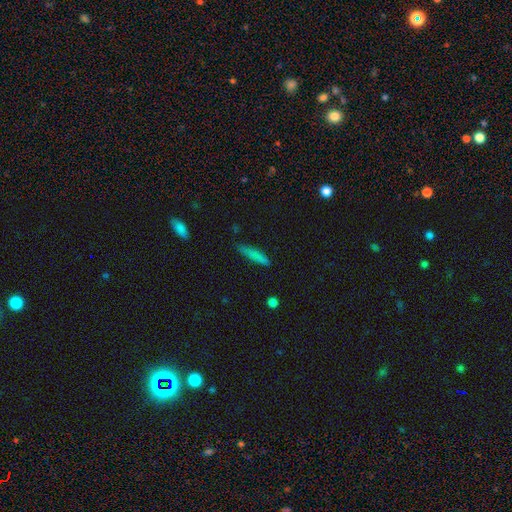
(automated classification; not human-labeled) This appears to be a smooth galaxy with no disk features (77%) that is cigar-shaped (88%). Merging: none (76%).